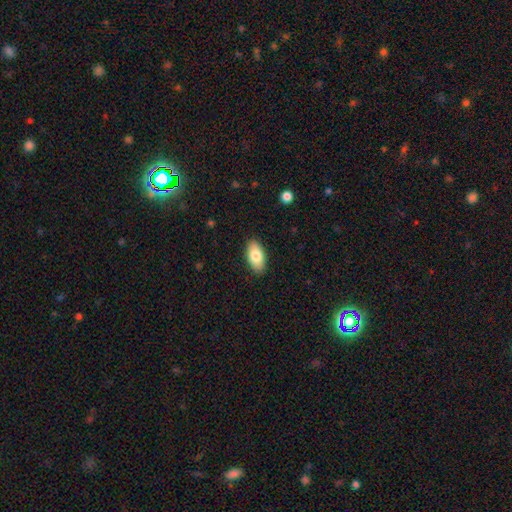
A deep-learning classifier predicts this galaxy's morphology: This is clearly a smooth galaxy (80%). How rounded: clearly in between (94%). Merging: clearly none (88%).